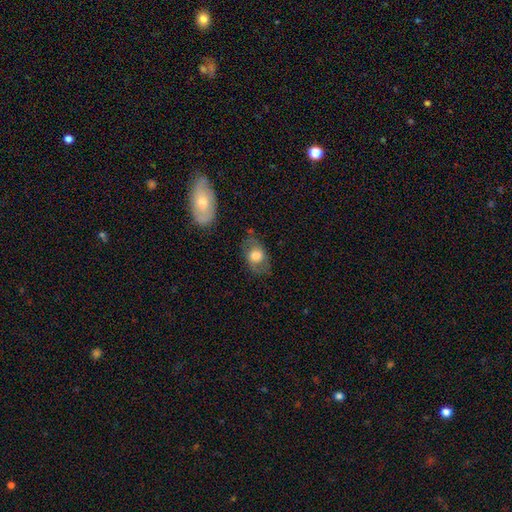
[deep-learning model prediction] Smooth or featured? smooth (57%)
How rounded? in between (77%)
Merging? none (69%)